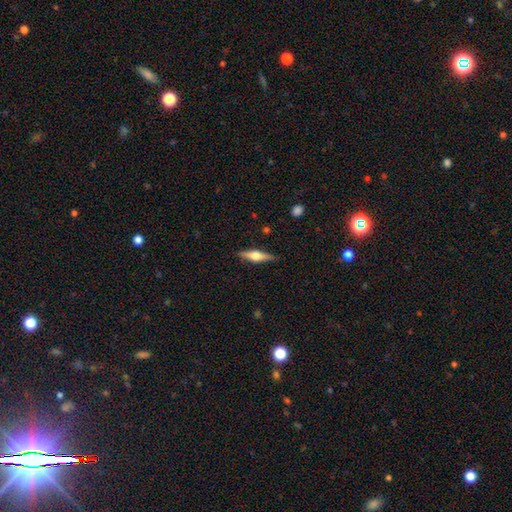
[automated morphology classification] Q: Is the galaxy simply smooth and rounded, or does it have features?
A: featured or disk — 60%.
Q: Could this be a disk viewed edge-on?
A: yes — 96%.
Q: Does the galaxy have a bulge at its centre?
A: rounded — 94%.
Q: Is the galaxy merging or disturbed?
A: none — 88%.